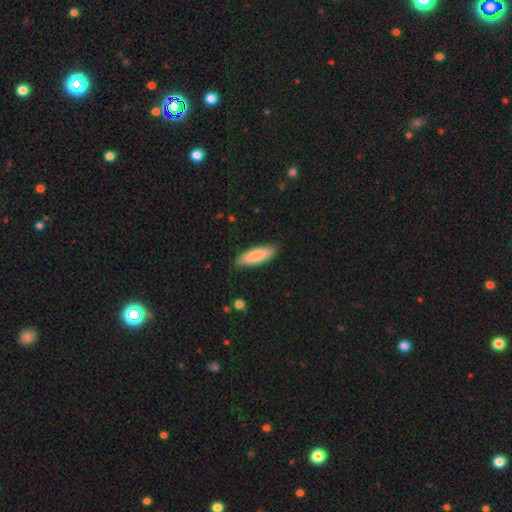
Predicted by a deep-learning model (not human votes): smooth_or_featured: smooth (p=0.85) [alt: featured or disk p=0.10]
how_rounded: in between (p=0.54) [alt: cigar-shaped p=0.44]
merging: none (p=0.85) [alt: minor disturbance p=0.12]